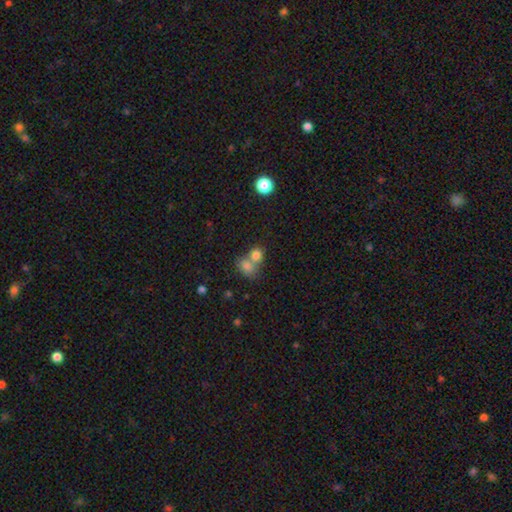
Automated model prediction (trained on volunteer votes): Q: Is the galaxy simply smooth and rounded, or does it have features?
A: smooth — 79%.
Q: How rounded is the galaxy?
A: round — 63%.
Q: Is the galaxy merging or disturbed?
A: merger — 60%.